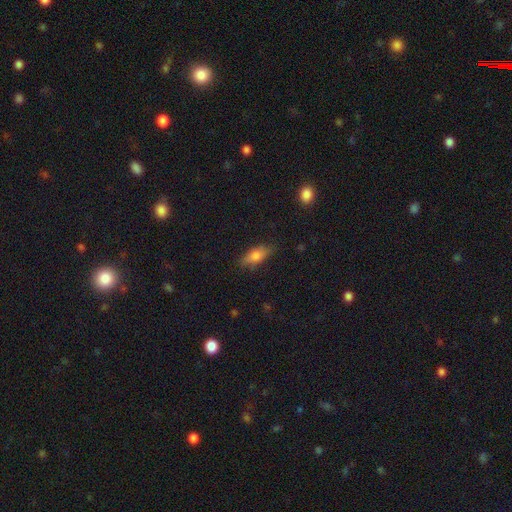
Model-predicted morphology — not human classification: smooth-or-featured: smooth: 74% | featured or disk: 18% | star or artifact: 8%
  how-rounded: in between: 75% | cigar-shaped: 22% | round: 4%
  merging: none: 80% | minor disturbance: 15% | major disturbance: 3% | merger: 1%